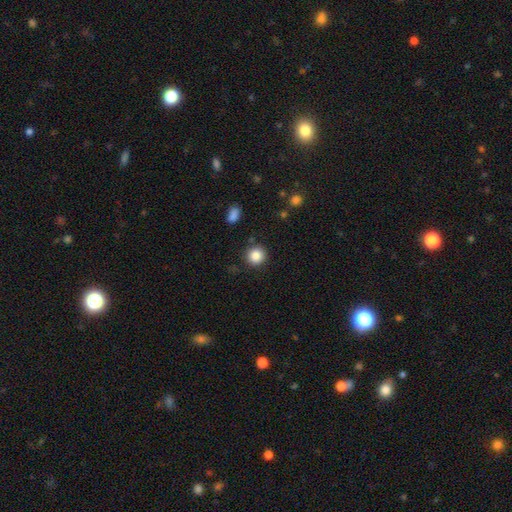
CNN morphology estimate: type=smooth (86%); roundness=round (92%); merging=none (88%).